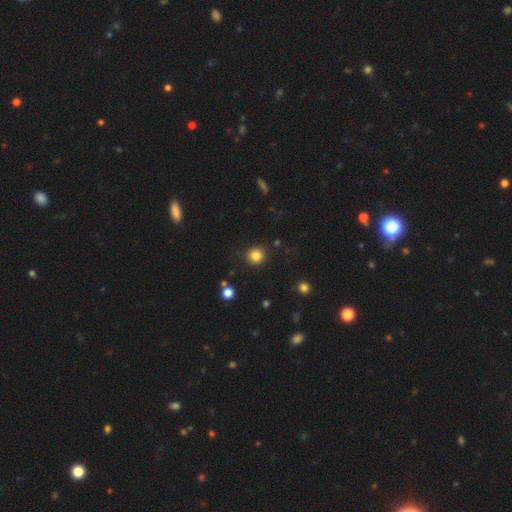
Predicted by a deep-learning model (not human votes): Smooth or featured? Predicted: smooth (p=0.84). How rounded? Predicted: round (p=0.90). Merging? Predicted: none (p=0.88).